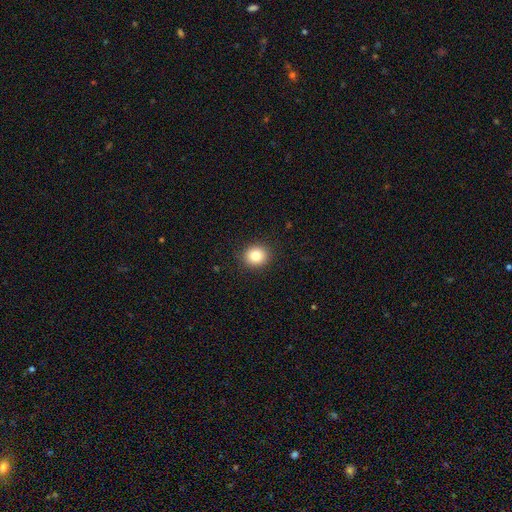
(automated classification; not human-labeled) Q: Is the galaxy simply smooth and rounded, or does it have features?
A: smooth — 83%.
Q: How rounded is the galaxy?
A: round — 83%.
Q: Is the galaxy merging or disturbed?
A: none — 90%.